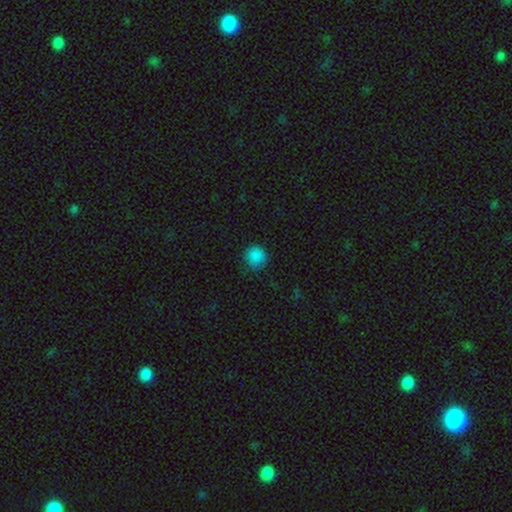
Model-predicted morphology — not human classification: Smooth or featured? smooth (86%)
How rounded? round (91%)
Merging? none (81%)